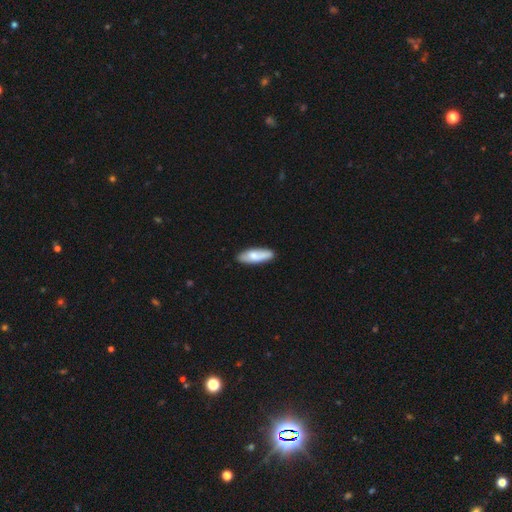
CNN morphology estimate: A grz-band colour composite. It shows a smooth galaxy with no disk features (75%) that is in between round and cigar-shaped (51%). Merging: none (83%).